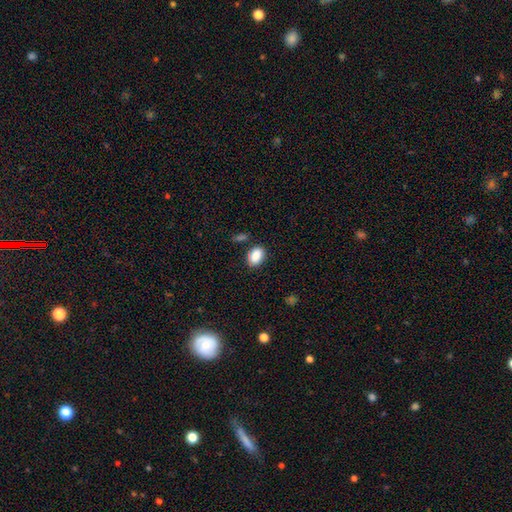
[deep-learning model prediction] Morphology: type=smooth (87%); roundness=in between (80%); merging=none (79%).